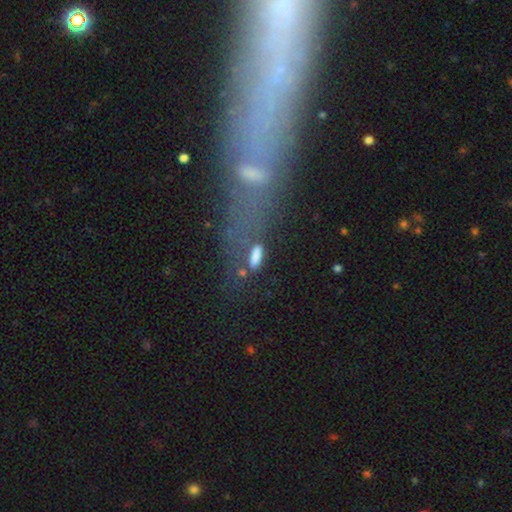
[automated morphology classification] smooth_or_featured: smooth (p=0.69) [alt: star or artifact p=0.17]
how_rounded: in between (p=0.55) [alt: cigar-shaped p=0.37]
merging: none (p=0.58) [alt: minor disturbance p=0.17]